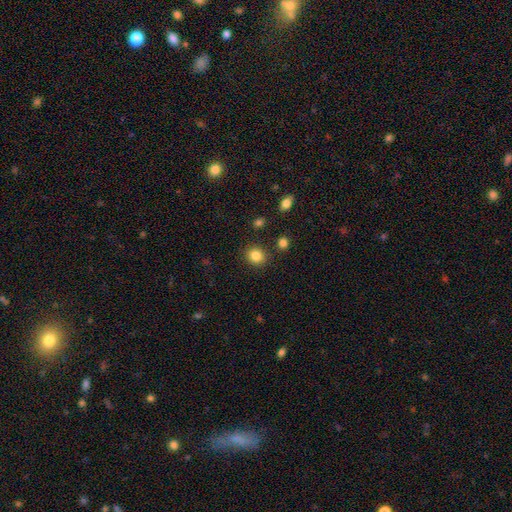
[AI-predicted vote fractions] Smooth or featured: smooth — 85% (star or artifact — 10%)
How rounded: round — 81% (in between — 18%)
Merging: none — 87% (minor disturbance — 7%)